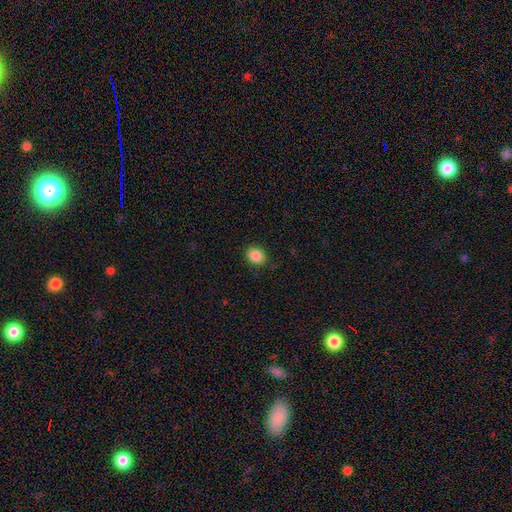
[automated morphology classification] Overall: smooth (88%). How rounded: round (59%; in between 40%). Merging: none (87%).